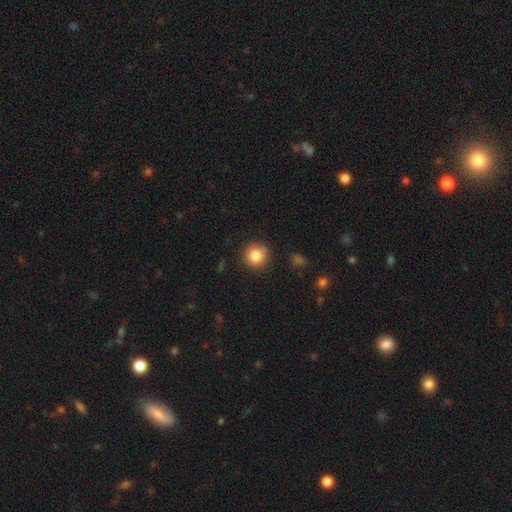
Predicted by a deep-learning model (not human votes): Smooth or featured: smooth — 83% (star or artifact — 10%)
How rounded: round — 93% (in between — 6%)
Merging: none — 86% (minor disturbance — 10%)